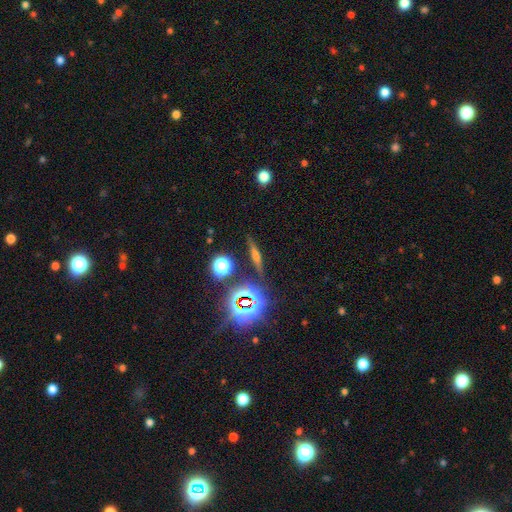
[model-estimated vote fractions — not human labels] featured or disk 41%, smooth 33%, star or artifact 26%. Down the decision tree: merging — none (86%).